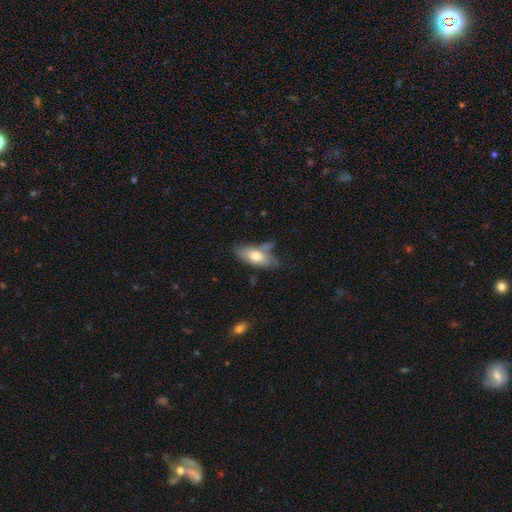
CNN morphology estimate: Overall: smooth (66%; featured or disk 28%). How rounded: in between (84%). Merging: none (52%; minor disturbance 24%).